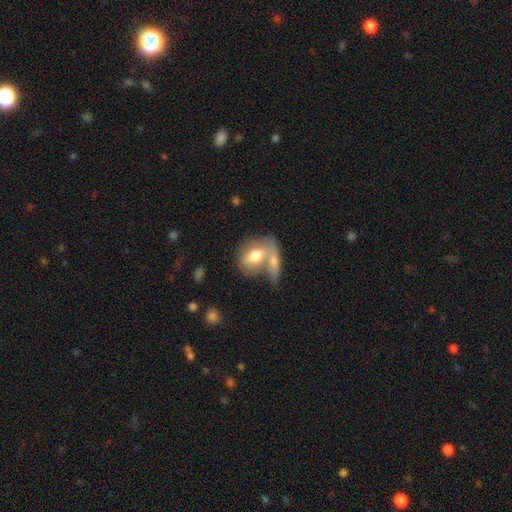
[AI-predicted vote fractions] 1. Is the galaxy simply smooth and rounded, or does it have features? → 63% smooth, 31% featured or disk, 6% star or artifact.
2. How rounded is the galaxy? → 70% in between, 26% round, 4% cigar-shaped.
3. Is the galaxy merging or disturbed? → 60% merger, 23% none, 10% minor disturbance, 7% major disturbance.